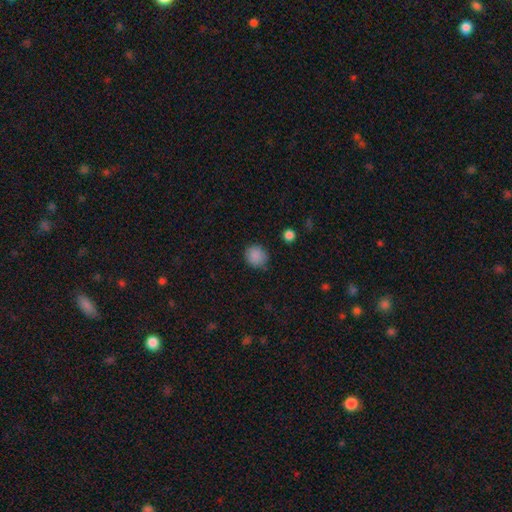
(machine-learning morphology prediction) This appears to be a smooth galaxy with no disk features (87%) that is round (85%). Merging: none (83%).